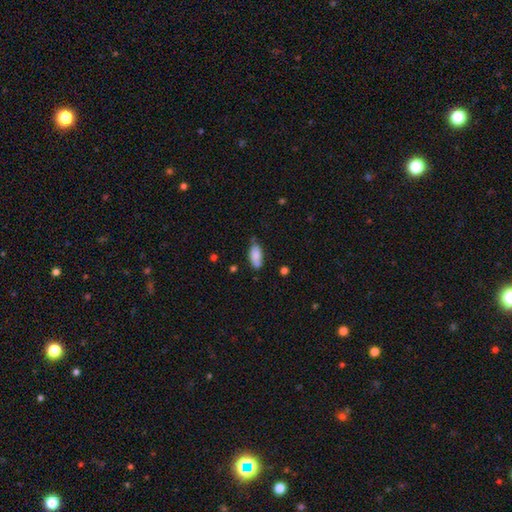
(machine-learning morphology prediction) This is clearly a smooth galaxy (82%). How rounded: clearly in between (87%). Merging: likely none (69%).